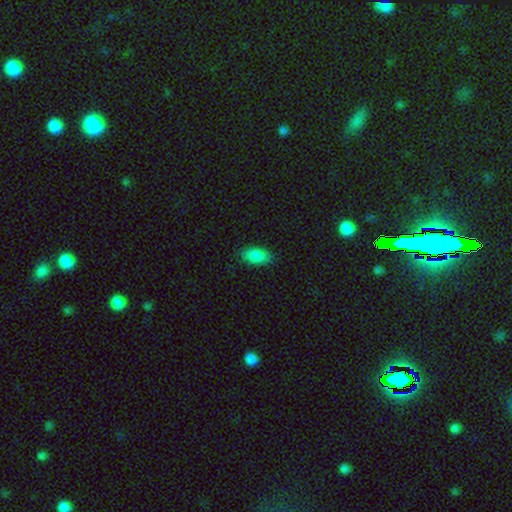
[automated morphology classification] Smooth or featured: smooth — 89% (star or artifact — 7%)
How rounded: in between — 93% (cigar-shaped — 4%)
Merging: none — 84% (minor disturbance — 12%)